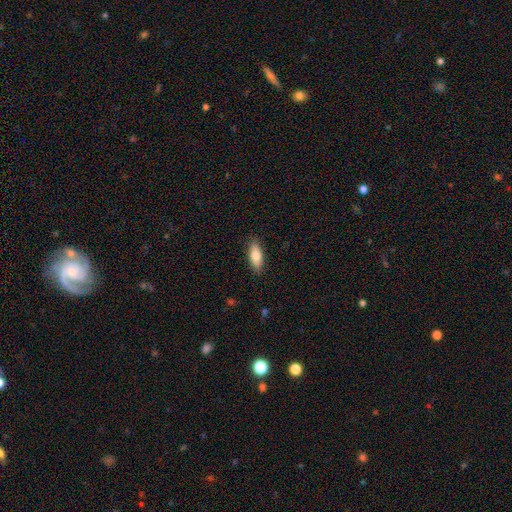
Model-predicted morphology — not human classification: type=smooth (79%); roundness=in between (75%); merging=none (88%).